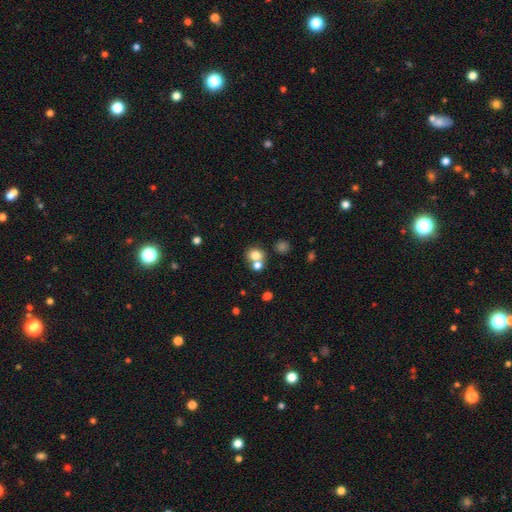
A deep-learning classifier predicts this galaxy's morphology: Q: Smooth or featured?
A: smooth (76%); runner-up: star or artifact (13%)
Q: How rounded?
A: round (75%); runner-up: in between (24%)
Q: Merging?
A: none (48%); runner-up: merger (40%)